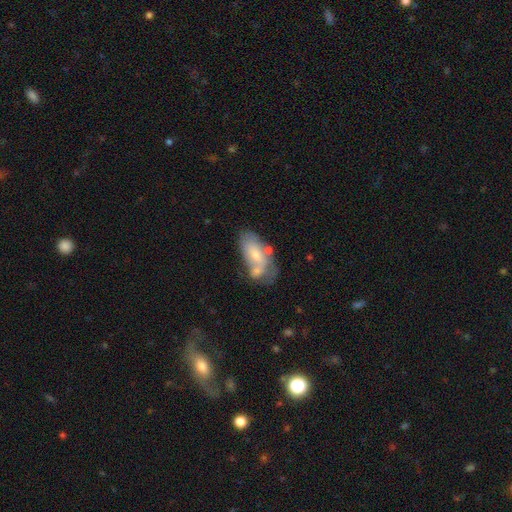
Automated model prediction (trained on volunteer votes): This appears to be a smooth galaxy with no disk features (50%) that is in between round and cigar-shaped (88%). Merging: merger (33%).